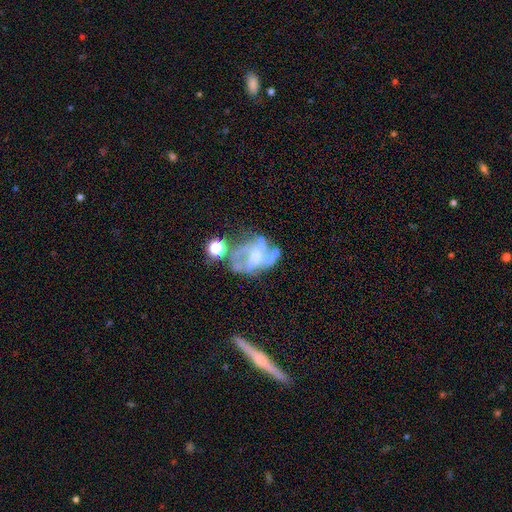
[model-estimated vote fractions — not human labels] Smooth or featured: featured or disk — 76% (smooth — 13%)
Edge-on disk: no — 96% (yes — 4%)
Bar: no — 45% (weak — 34%)
Spiral arms: yes — 66% (no — 34%)
Bulge size: small — 52% (moderate — 37%)
Merging: none — 36% (major disturbance — 27%)